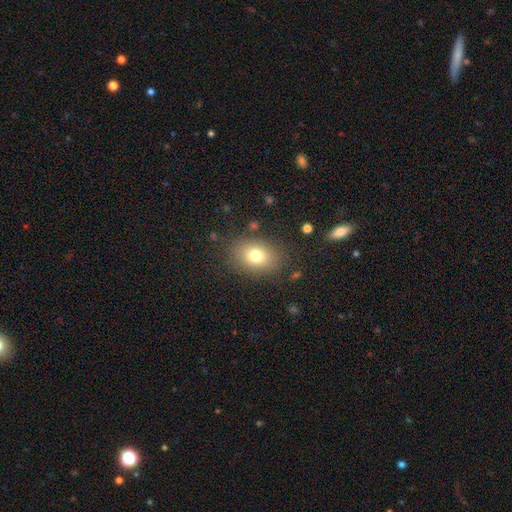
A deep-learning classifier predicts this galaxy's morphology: A smooth galaxy with no disk features (76%) that is in between round and cigar-shaped (68%).

Vote fractions:
- Smooth or featured? smooth: 76% / featured or disk: 12% / star or artifact: 12%
- How rounded? in between: 68% / round: 31% / cigar-shaped: 1%
- Merging? none: 83% / minor disturbance: 11% / major disturbance: 5% / merger: 2%